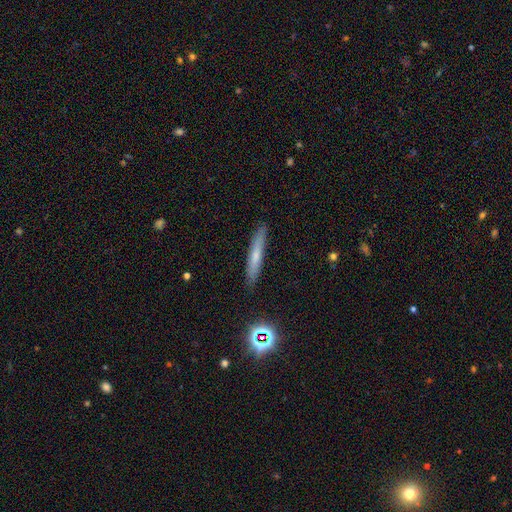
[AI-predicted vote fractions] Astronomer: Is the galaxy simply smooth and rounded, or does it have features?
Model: smooth — 58%.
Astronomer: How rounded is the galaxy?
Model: cigar-shaped — 93%.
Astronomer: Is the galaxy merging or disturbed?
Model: none — 87%.